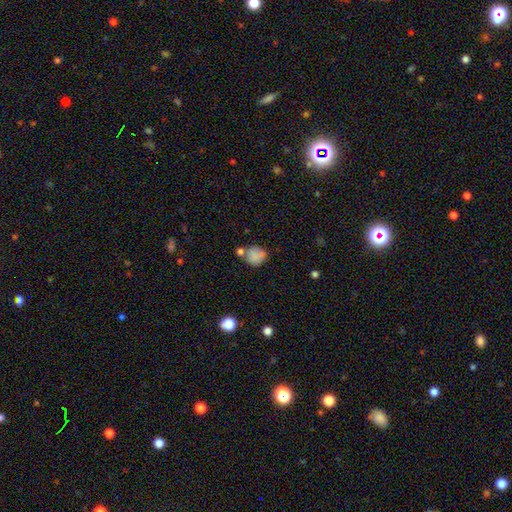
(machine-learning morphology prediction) smooth-or-featured: smooth: 83% | star or artifact: 9% | featured or disk: 7%
  how-rounded: round: 80% | in between: 19% | cigar-shaped: 1%
  merging: none: 56% | merger: 21% | minor disturbance: 17% | major disturbance: 6%